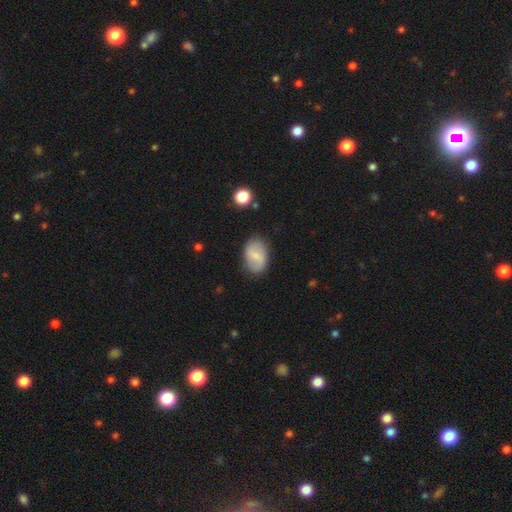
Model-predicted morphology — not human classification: Overall: smooth (53%; featured or disk 40%). How rounded: in between (84%). Merging: none (77%).